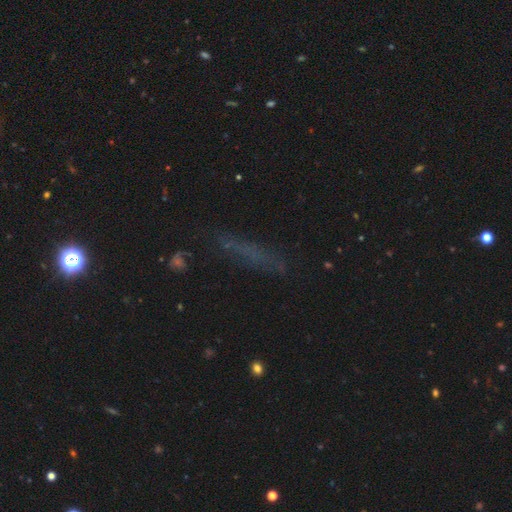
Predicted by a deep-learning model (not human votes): The model was most divided on "smooth or featured": smooth: 39%, star or artifact: 34%, featured or disk: 27%. More confident: merging — none (78%).